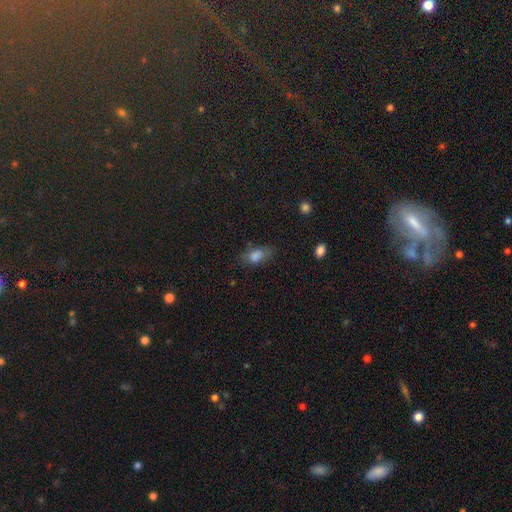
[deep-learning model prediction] Morphology: type=smooth (79%); roundness=in between (84%); merging=none (66%).